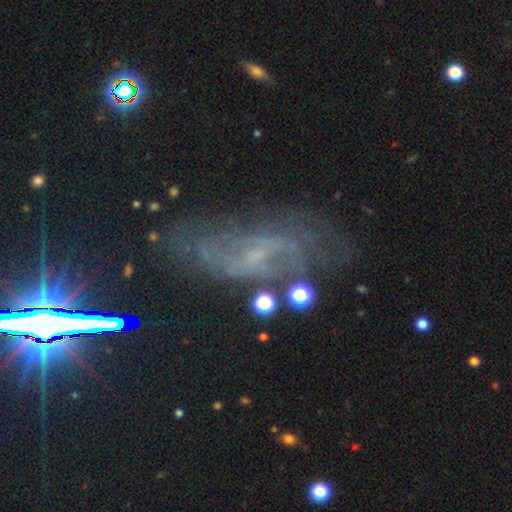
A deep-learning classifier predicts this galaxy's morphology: A featured or disk galaxy (69%) with a weak bar (45%), spiral arms (76%) and a small central bulge (55%). Merging: none (54%).